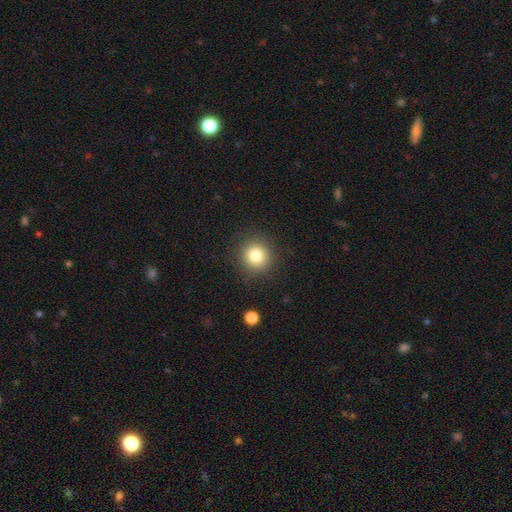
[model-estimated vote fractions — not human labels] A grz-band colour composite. It shows a smooth galaxy with no disk features (81%) that is round (92%). Merging: none (89%).